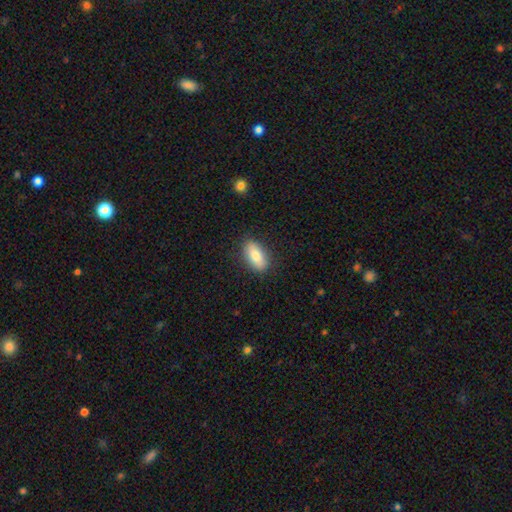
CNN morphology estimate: type=smooth (81%); roundness=in between (87%); merging=none (86%).